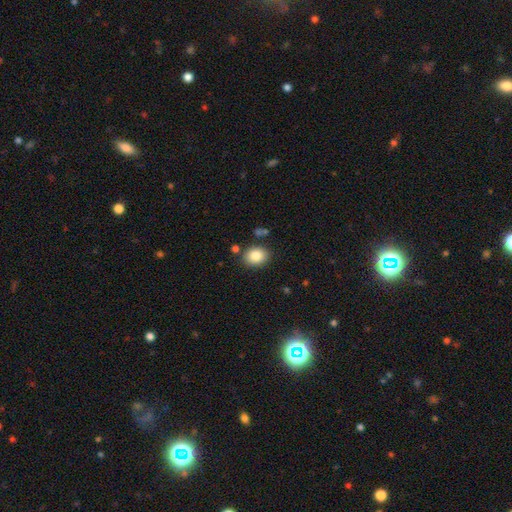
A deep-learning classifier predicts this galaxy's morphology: Smooth or featured?
  - smooth: 84% *
  - star or artifact: 9%
  - featured or disk: 7%
How rounded?
  - in between: 56% *
  - round: 43%
  - cigar-shaped: 1%
Merging?
  - none: 82% *
  - minor disturbance: 10%
  - merger: 5%
  - major disturbance: 3%